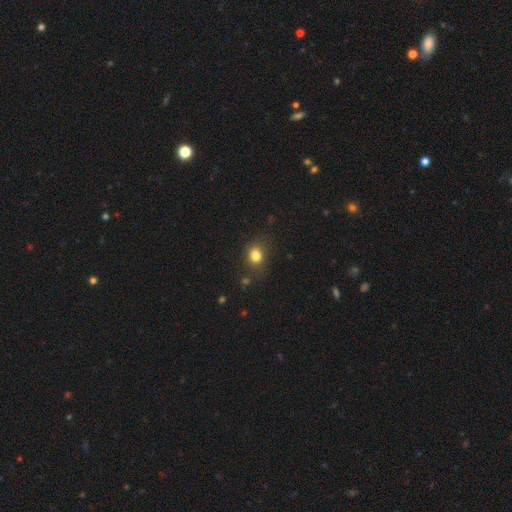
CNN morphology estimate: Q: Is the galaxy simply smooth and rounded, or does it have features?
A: smooth — 80%.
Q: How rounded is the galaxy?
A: round — 56%.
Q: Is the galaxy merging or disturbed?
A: none — 74%.